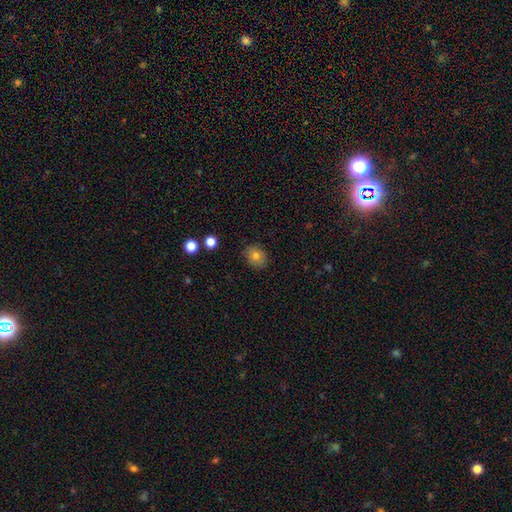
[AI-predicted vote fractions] A smooth galaxy with no disk features (79%) that is round (51%).

Vote fractions:
- Smooth or featured? smooth: 79% / star or artifact: 11% / featured or disk: 11%
- How rounded? round: 51% / in between: 48% / cigar-shaped: 1%
- Merging? none: 84% / minor disturbance: 12% / major disturbance: 3% / merger: 1%